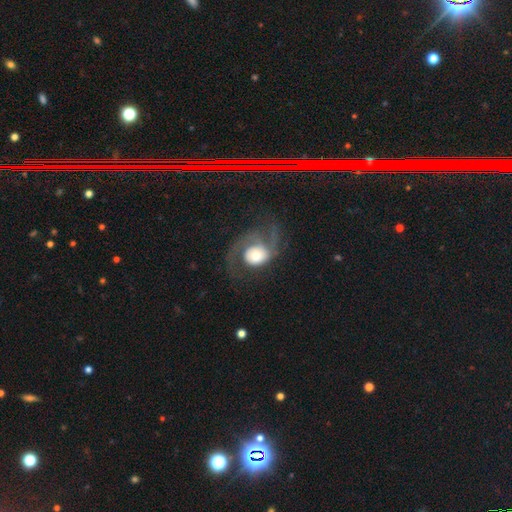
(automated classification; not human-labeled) Overall: featured or disk (65%; smooth 29%). Edge-on disk: no (97%). Bar: no (76%). Spiral arms: yes (82%). Spiral arm count: 2 (50%; 1 27%). Spiral winding: medium (43%; loose 36%). Bulge size: moderate (53%; large 28%). Merging: major disturbance (40%, tied with none).